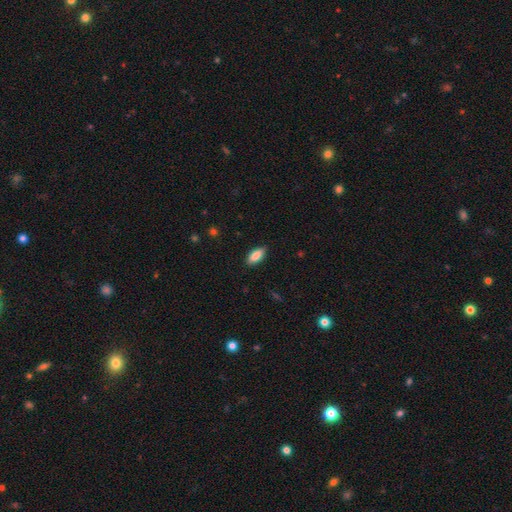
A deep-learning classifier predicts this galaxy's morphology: This appears to be a smooth galaxy with no disk features (86%) that is in between round and cigar-shaped (86%). Merging: none (87%).